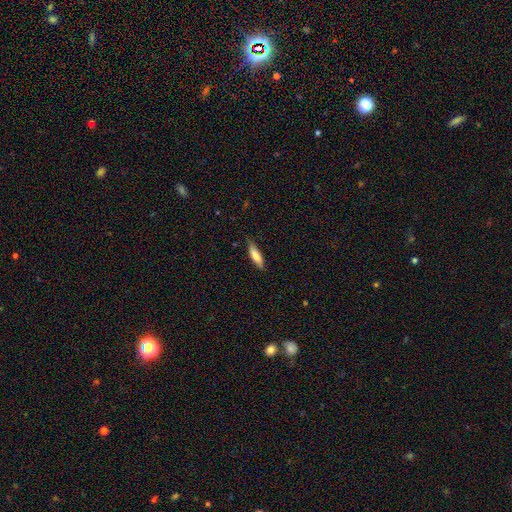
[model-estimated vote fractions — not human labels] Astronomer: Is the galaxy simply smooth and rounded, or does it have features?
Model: smooth — 74%.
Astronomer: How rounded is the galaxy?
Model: cigar-shaped — 62%.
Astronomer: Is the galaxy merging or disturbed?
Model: none — 73%.